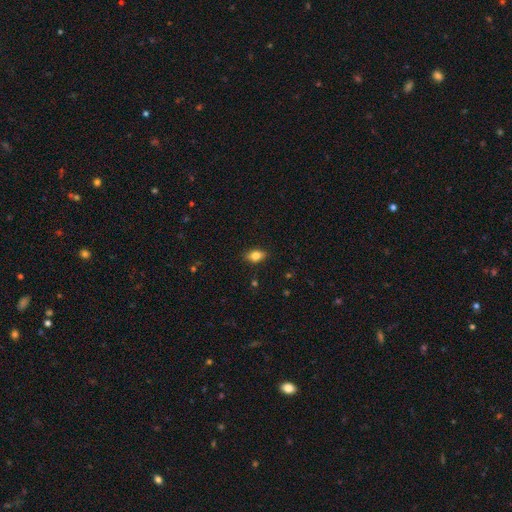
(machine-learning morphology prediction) Smooth or featured?
  - smooth: 78% *
  - featured or disk: 13%
  - star or artifact: 9%
How rounded?
  - in between: 82% *
  - round: 14%
  - cigar-shaped: 4%
Merging?
  - none: 87% *
  - minor disturbance: 10%
  - major disturbance: 2%
  - merger: 1%